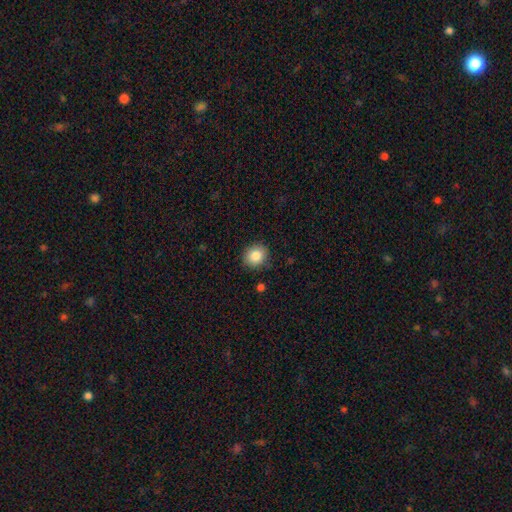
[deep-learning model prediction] A smooth galaxy with no disk features (84%) that is round (80%).

Vote fractions:
- Smooth or featured? smooth: 84% / star or artifact: 9% / featured or disk: 6%
- How rounded? round: 80% / in between: 19% / cigar-shaped: 1%
- Merging? none: 87% / minor disturbance: 9% / major disturbance: 2% / merger: 1%